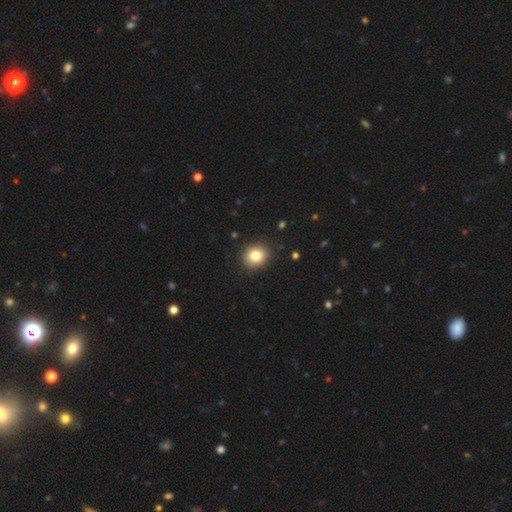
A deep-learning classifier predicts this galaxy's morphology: This is clearly a smooth galaxy (81%). How rounded: likely round (76%). Merging: clearly none (90%).